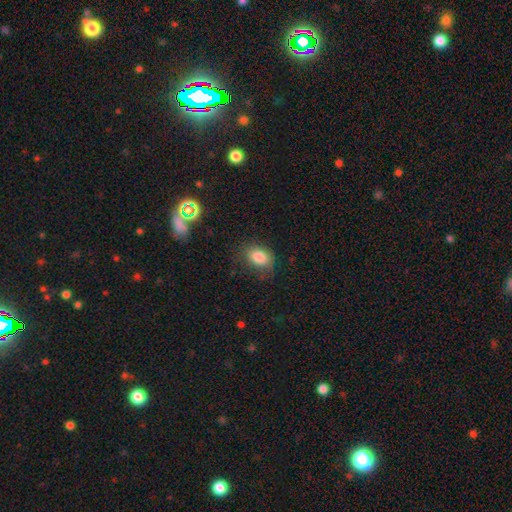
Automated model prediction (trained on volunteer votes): The model was most divided on "how rounded": in between: 75%, round: 24%, cigar-shaped: 1%. More confident: smooth or featured — smooth (80%); merging — none (74%).